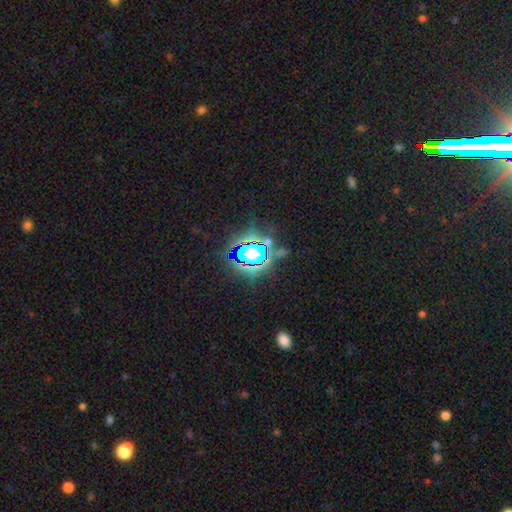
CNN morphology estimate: The model was most divided on "smooth or featured": star or artifact: 83%, smooth: 11%, featured or disk: 7%.